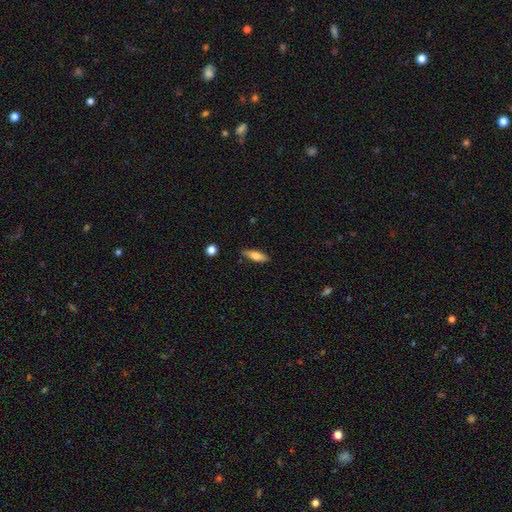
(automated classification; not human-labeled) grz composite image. It shows a smooth galaxy with no disk features (68%) that is in between round and cigar-shaped (50%). Merging: none (83%).